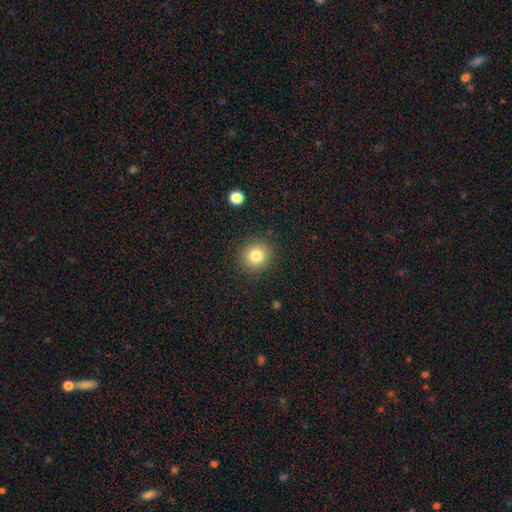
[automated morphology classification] Q: Smooth or featured?
A: smooth (82%); runner-up: star or artifact (11%)
Q: How rounded?
A: round (88%); runner-up: in between (12%)
Q: Merging?
A: none (88%); runner-up: minor disturbance (8%)